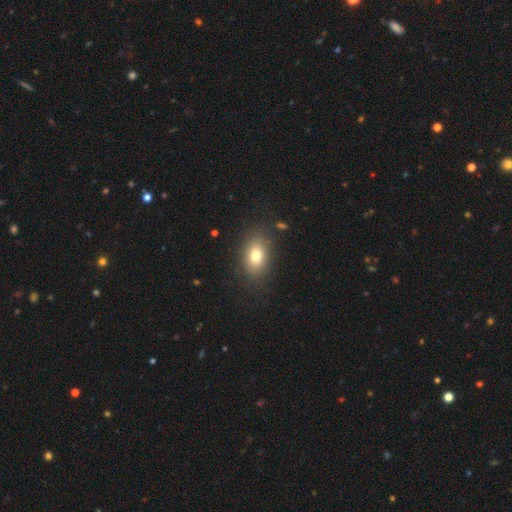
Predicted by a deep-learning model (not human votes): Morphology: type=smooth (77%); roundness=in between (81%); merging=none (84%).